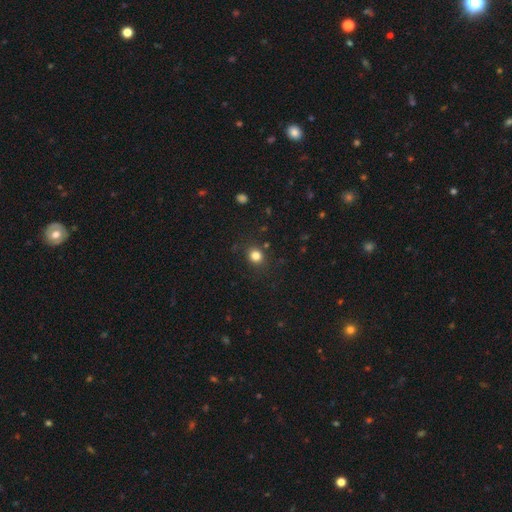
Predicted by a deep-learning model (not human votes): A smooth galaxy with no disk features (82%) that is round (77%). Merging: none (85%).